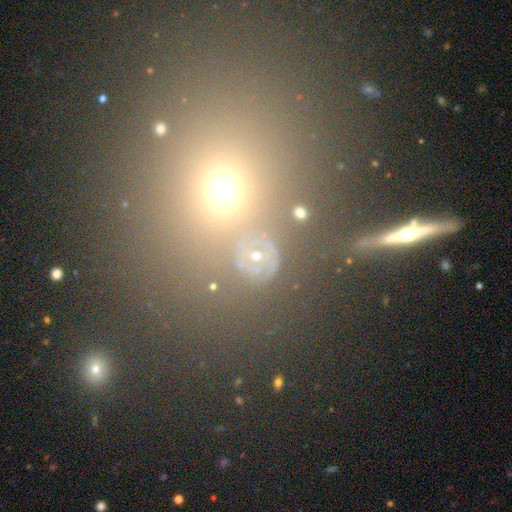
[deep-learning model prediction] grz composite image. It shows a smooth galaxy with no disk features (50%). Merging: none (72%).